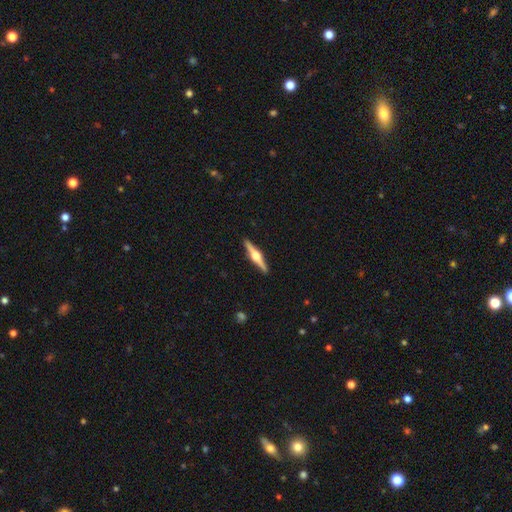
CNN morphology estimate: This appears to be a featured or disk galaxy (80%) viewed edge-on (98%) with a rounded central bulge (94%). Merging: none (92%).